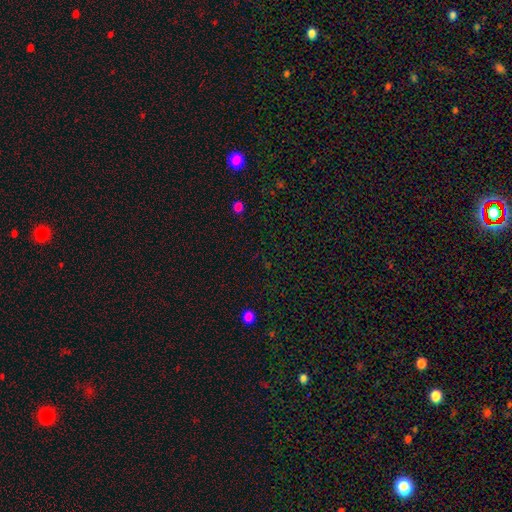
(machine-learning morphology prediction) smooth_or_featured: star or artifact (p=0.61) [alt: smooth p=0.32]